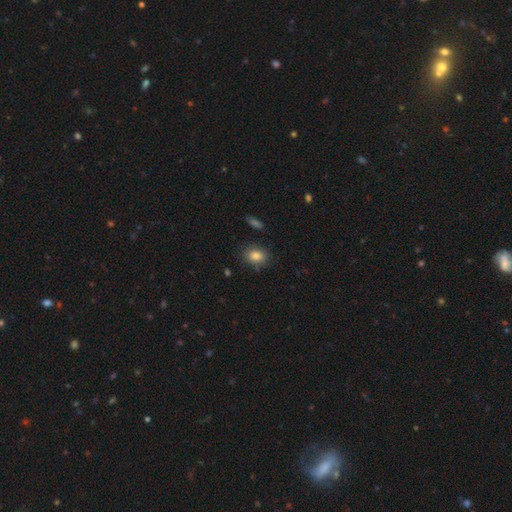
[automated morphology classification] Smooth or featured? smooth (84%)
How rounded? in between (61%)
Merging? none (80%)